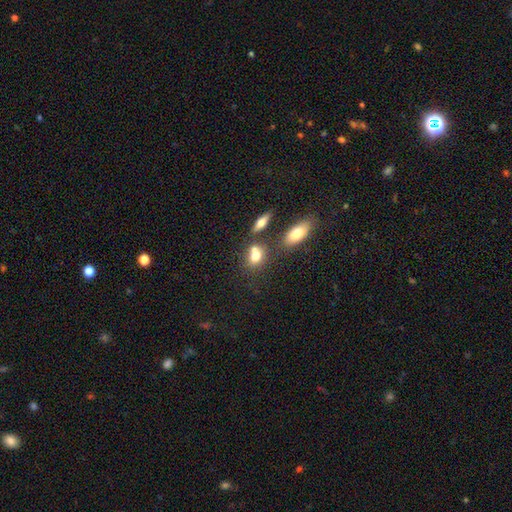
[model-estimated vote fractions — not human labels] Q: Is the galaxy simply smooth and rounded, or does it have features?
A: smooth — 76%.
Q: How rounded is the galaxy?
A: in between — 63%.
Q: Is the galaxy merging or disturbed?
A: none — 48%.